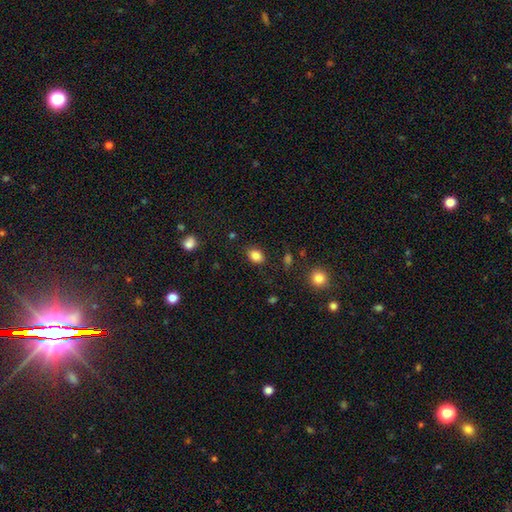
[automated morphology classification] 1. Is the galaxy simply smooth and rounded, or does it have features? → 85% smooth, 10% star or artifact, 5% featured or disk.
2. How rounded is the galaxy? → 73% in between, 26% round, 1% cigar-shaped.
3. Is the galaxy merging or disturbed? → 84% none, 11% minor disturbance, 3% major disturbance, 2% merger.